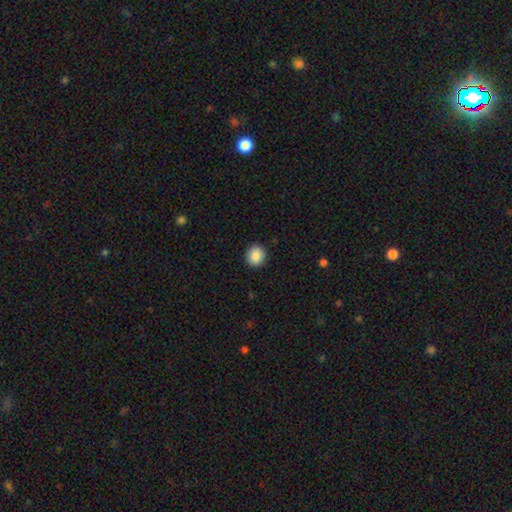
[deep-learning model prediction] Q: Smooth or featured?
A: smooth (89%); runner-up: star or artifact (8%)
Q: How rounded?
A: round (83%); runner-up: in between (16%)
Q: Merging?
A: none (91%); runner-up: minor disturbance (6%)